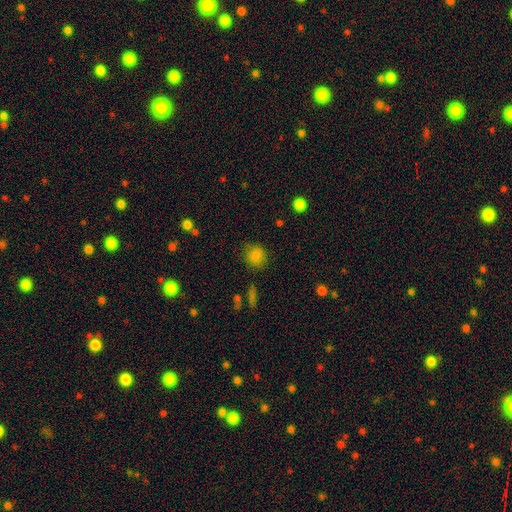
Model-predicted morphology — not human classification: This is clearly a smooth galaxy (82%). How rounded: clearly round (82%). Merging: likely none (80%).